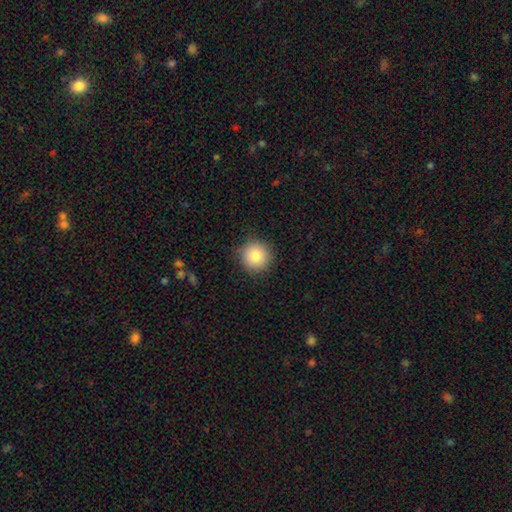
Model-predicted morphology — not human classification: This appears to be a smooth galaxy with no disk features (83%) that is round (95%). Merging: none (89%).